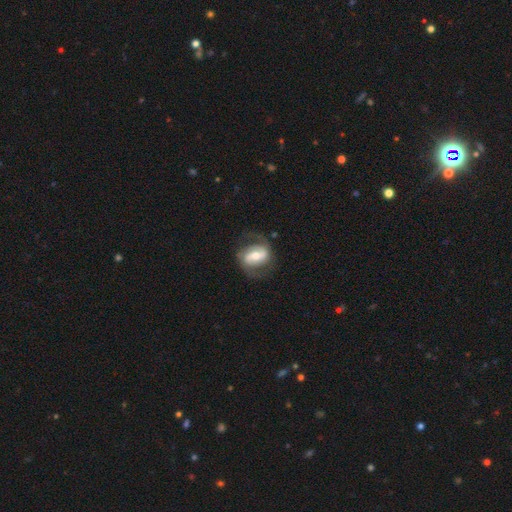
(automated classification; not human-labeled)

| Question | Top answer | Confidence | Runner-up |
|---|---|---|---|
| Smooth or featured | featured or disk | 72% | smooth (22%) |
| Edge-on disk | no | 96% | yes (4%) |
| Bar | strong | 40% | weak (37%) |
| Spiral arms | yes | 85% | no (15%) |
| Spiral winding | medium | 44% | loose (34%) |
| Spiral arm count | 2 | 85% | can't tell (8%) |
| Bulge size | moderate | 65% | small (25%) |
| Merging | none | 68% | minor disturbance (18%) |